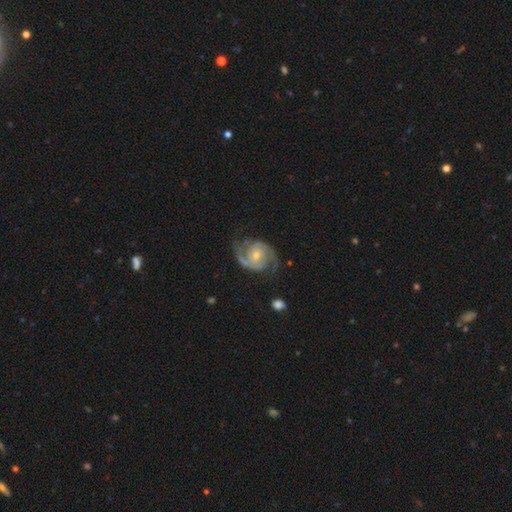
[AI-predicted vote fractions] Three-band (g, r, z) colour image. It shows a featured or disk galaxy (90%) with no bar (63%), 2 (91%) medium (50%) spiral arms (97%) and a small central bulge (48%). Merging: none (72%).